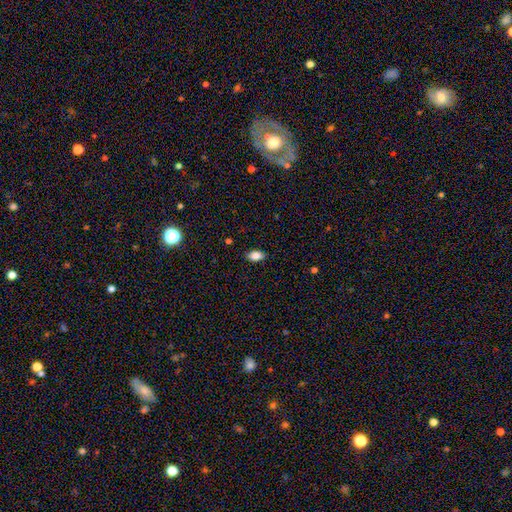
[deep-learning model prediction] Morphology: type=smooth (84%); roundness=in between (90%); merging=none (88%).